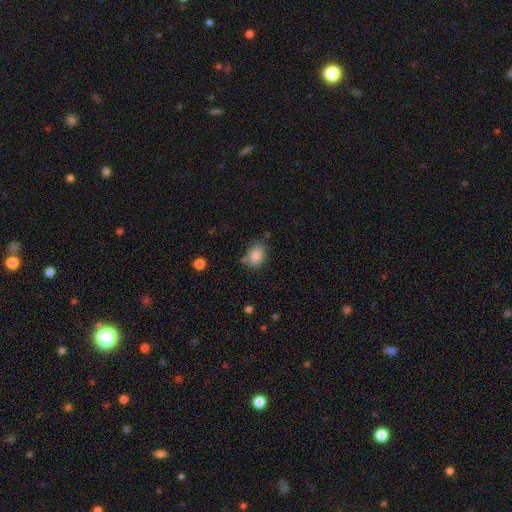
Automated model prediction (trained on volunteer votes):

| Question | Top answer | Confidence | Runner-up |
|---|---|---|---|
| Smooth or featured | smooth | 85% | star or artifact (9%) |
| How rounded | in between | 66% | round (33%) |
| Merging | none | 71% | minor disturbance (18%) |